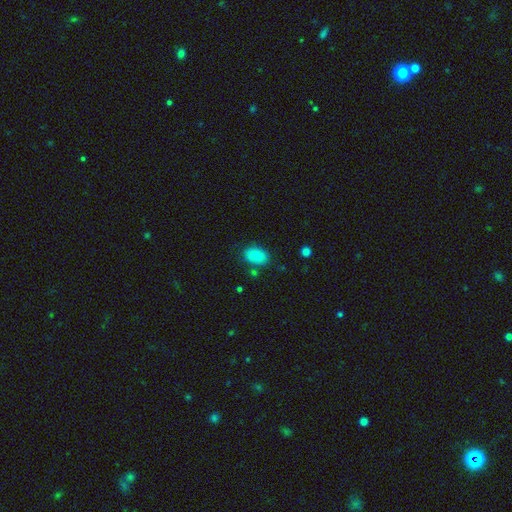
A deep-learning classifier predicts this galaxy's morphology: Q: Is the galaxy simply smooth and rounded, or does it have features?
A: smooth — 86%.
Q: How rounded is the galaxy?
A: in between — 87%.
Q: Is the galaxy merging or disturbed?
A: none — 77%.